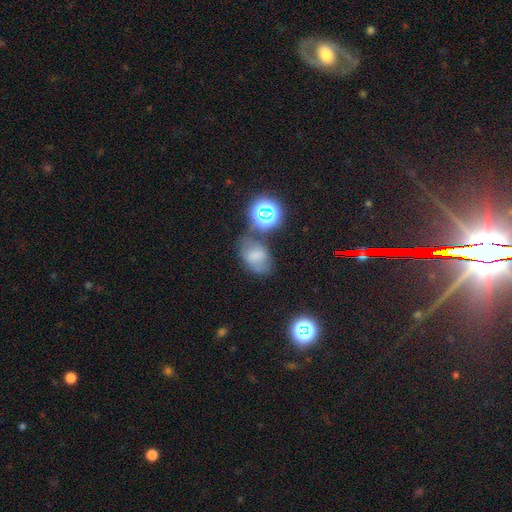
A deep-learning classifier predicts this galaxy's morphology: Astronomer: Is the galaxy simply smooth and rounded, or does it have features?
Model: smooth — 56%.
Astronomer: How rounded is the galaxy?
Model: in between — 73%.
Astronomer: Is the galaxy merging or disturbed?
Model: none — 50%.